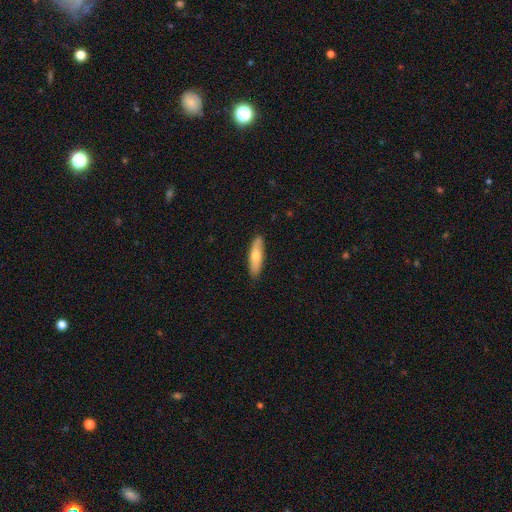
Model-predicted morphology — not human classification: smooth_or_featured: smooth (p=0.66) [alt: featured or disk p=0.29]
how_rounded: cigar-shaped (p=0.60) [alt: in between p=0.38]
merging: none (p=0.88) [alt: minor disturbance p=0.10]